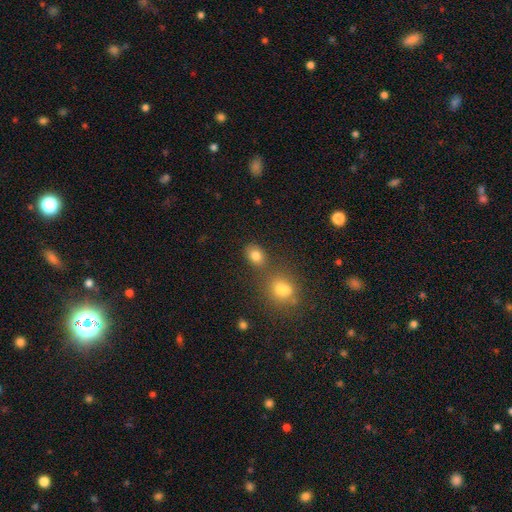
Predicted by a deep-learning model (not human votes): Overall: smooth (80%). How rounded: in between (61%; round 38%). Merging: none (65%).